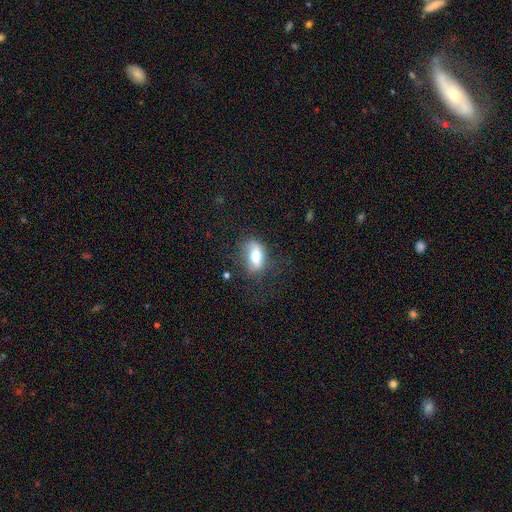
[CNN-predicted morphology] Q: Smooth or featured?
A: smooth (64%); runner-up: featured or disk (27%)
Q: How rounded?
A: in between (82%); runner-up: round (11%)
Q: Merging?
A: none (61%); runner-up: minor disturbance (24%)